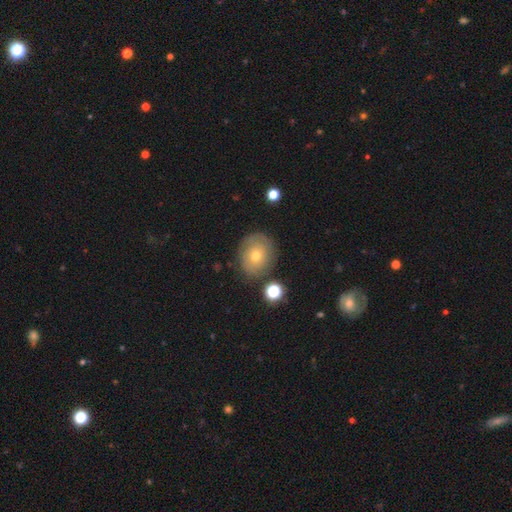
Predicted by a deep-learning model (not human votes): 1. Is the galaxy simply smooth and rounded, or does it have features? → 46% featured or disk, 44% smooth, 10% star or artifact.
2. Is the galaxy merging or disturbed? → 77% none, 15% minor disturbance, 5% major disturbance, 3% merger.